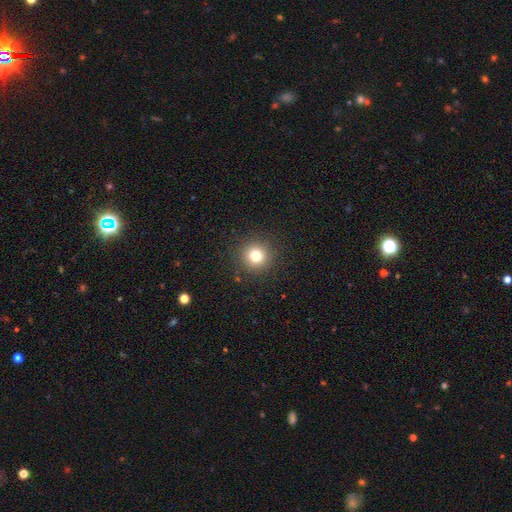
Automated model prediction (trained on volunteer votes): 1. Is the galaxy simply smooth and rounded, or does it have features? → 78% smooth, 14% star or artifact, 8% featured or disk.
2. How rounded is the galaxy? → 95% round, 4% in between, 1% cigar-shaped.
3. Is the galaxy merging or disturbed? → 92% none, 5% minor disturbance, 2% major disturbance, 1% merger.